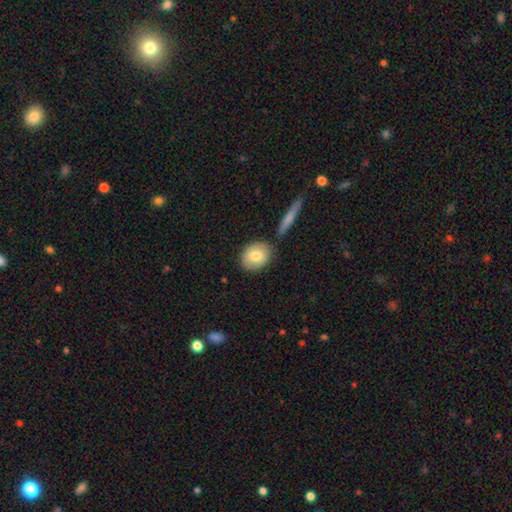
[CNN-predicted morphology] This appears to be a smooth galaxy with no disk features (78%) that is round (53%). Merging: none (75%).